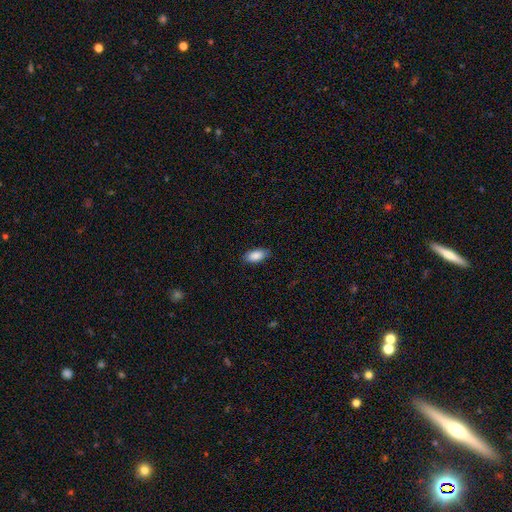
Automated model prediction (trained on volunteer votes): This appears to be a smooth galaxy with no disk features (88%) that is in between round and cigar-shaped (91%). Merging: none (85%).